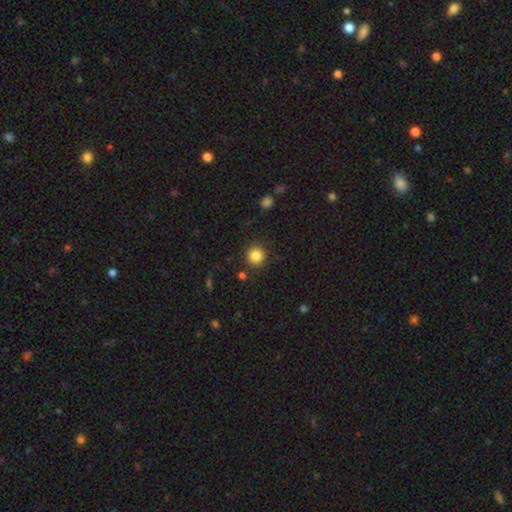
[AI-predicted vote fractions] Smooth or featured? Predicted: smooth (p=0.85). How rounded? Predicted: round (p=0.93). Merging? Predicted: none (p=0.89).